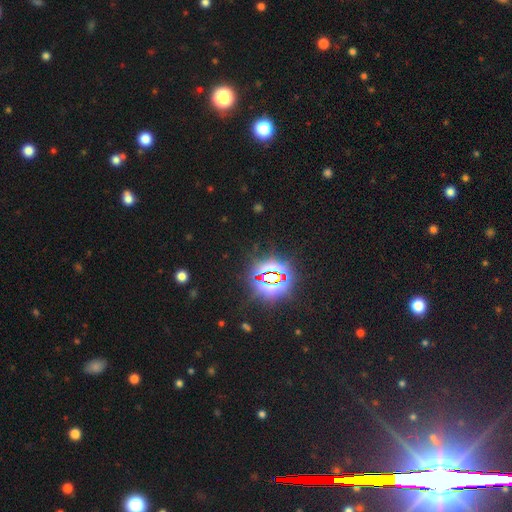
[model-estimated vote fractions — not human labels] Smooth or featured? Predicted: star or artifact (p=0.81).